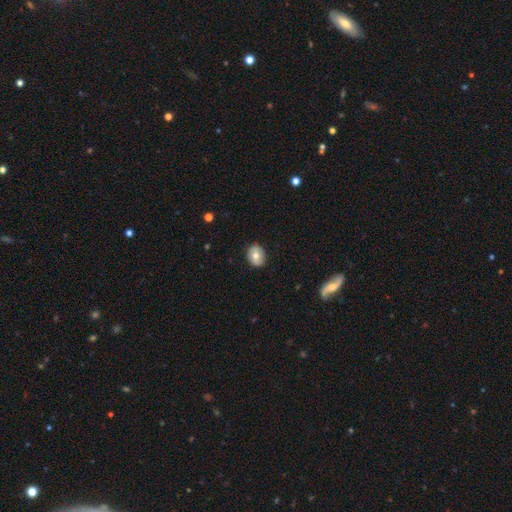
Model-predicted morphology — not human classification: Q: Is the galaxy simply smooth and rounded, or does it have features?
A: smooth — 63%.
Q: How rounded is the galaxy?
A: round — 54%.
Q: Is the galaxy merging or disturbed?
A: none — 86%.